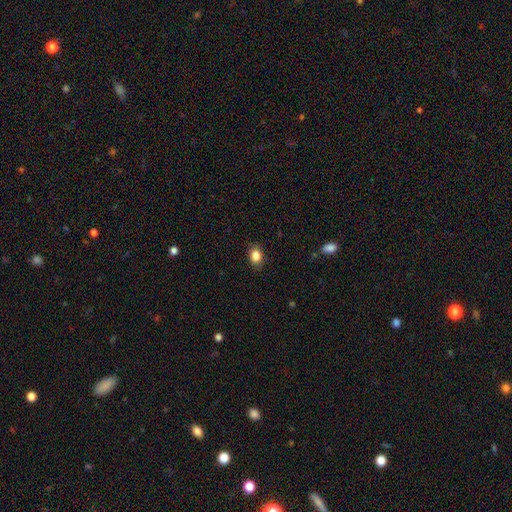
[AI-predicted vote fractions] smooth 85%, star or artifact 10%, featured or disk 5%. Down the decision tree: how rounded — in between (60%); merging — none (86%).